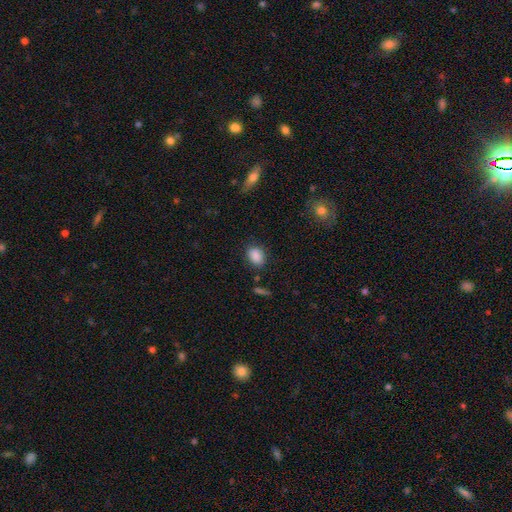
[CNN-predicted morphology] Smooth or featured? Predicted: smooth (p=0.88). How rounded? Predicted: in between (p=0.72). Merging? Predicted: none (p=0.82).